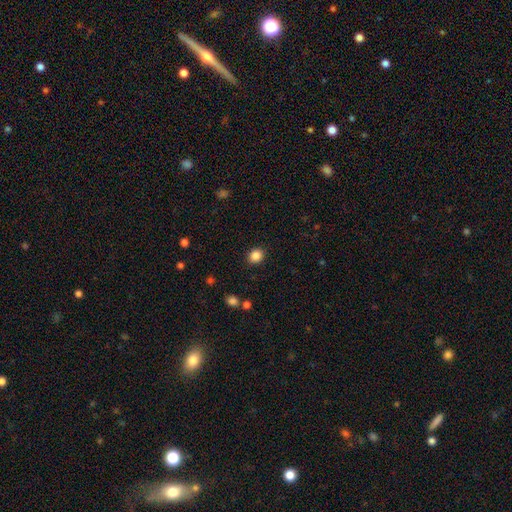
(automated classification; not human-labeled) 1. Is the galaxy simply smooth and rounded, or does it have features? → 86% smooth, 10% star or artifact, 4% featured or disk.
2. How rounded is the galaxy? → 74% round, 25% in between, 1% cigar-shaped.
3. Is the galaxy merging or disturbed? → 90% none, 7% minor disturbance, 2% major disturbance, 1% merger.